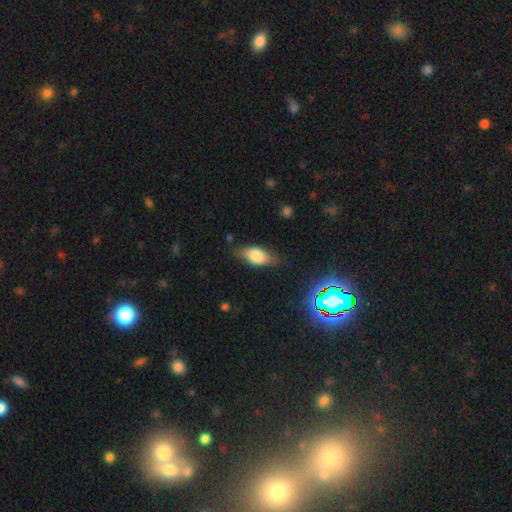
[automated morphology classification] Smooth or featured? Predicted: smooth (p=0.70). How rounded? Predicted: in between (p=0.84). Merging? Predicted: none (p=0.72).